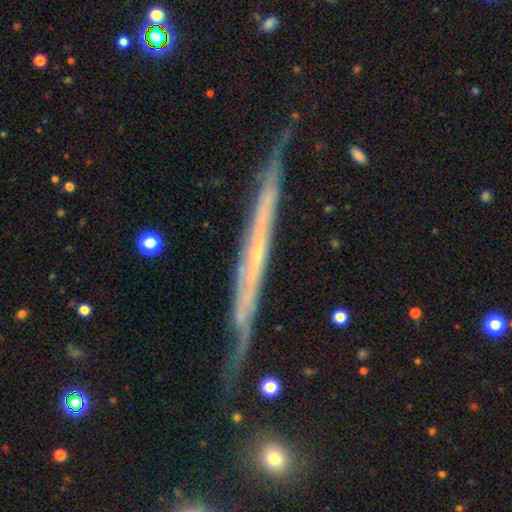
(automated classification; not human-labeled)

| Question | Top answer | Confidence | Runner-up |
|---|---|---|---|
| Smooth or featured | featured or disk | 77% | smooth (15%) |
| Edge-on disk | yes | 91% | no (9%) |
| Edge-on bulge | none | 79% | rounded (16%) |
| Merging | none | 72% | minor disturbance (21%) |